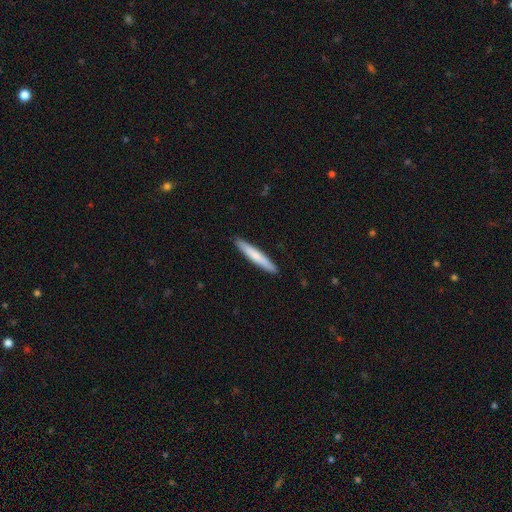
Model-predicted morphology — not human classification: This is likely a smooth galaxy (72%). How rounded: clearly cigar-shaped (95%). Merging: clearly none (91%).